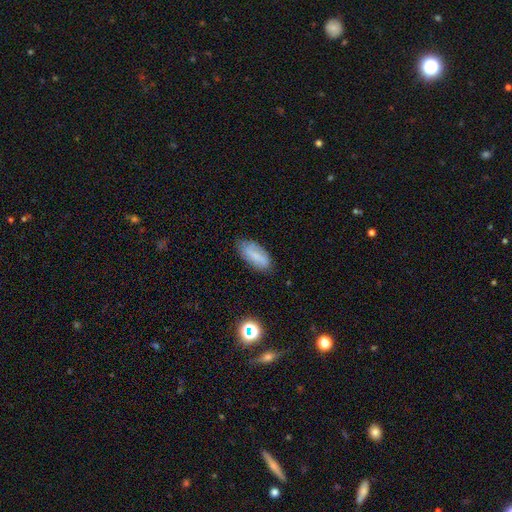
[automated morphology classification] Smooth or featured?
  - smooth: 65% *
  - featured or disk: 26%
  - star or artifact: 10%
How rounded?
  - in between: 83% *
  - cigar-shaped: 14%
  - round: 3%
Merging?
  - none: 77% *
  - minor disturbance: 17%
  - major disturbance: 4%
  - merger: 2%